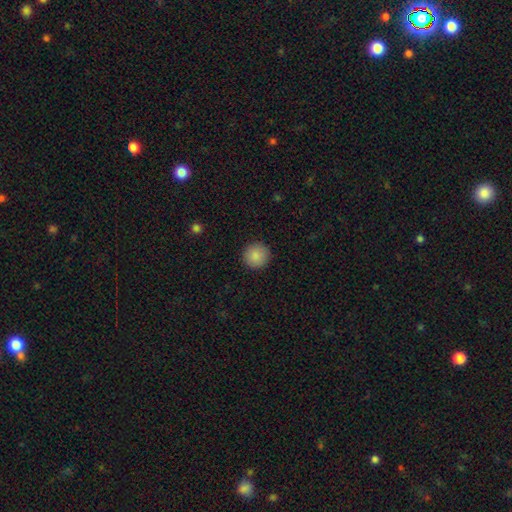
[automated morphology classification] type=smooth (88%); roundness=round (95%); merging=none (92%).